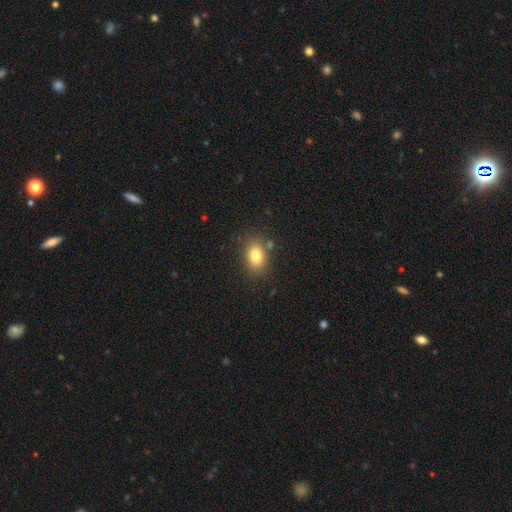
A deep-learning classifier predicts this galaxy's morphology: A smooth galaxy with no disk features (82%) that is in between round and cigar-shaped (76%).

Vote fractions:
- Smooth or featured? smooth: 82% / star or artifact: 10% / featured or disk: 9%
- How rounded? in between: 76% / round: 23% / cigar-shaped: 1%
- Merging? none: 80% / minor disturbance: 12% / merger: 5% / major disturbance: 4%